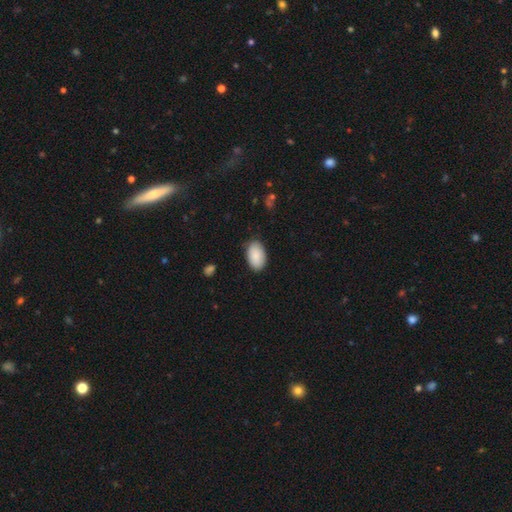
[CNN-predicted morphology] Smooth or featured? smooth (89%)
How rounded? in between (94%)
Merging? none (84%)